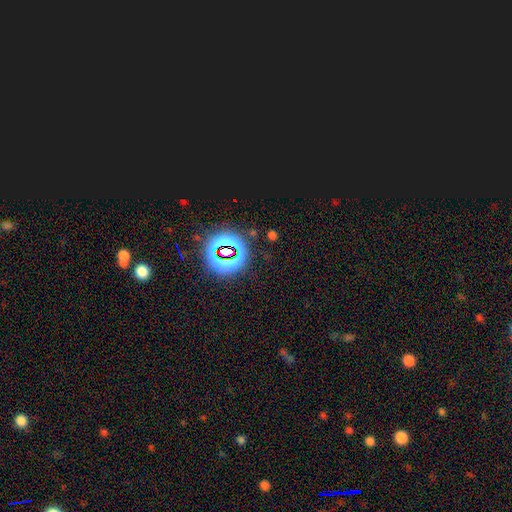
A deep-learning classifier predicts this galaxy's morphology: Smooth or featured?
  - star or artifact: 82% *
  - smooth: 11%
  - featured or disk: 7%